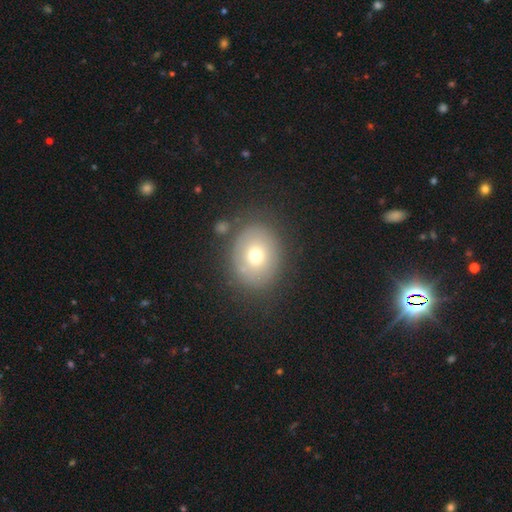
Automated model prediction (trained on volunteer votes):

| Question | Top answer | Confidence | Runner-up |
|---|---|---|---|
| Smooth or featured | smooth | 63% | featured or disk (26%) |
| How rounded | round | 54% | in between (45%) |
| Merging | none | 77% | minor disturbance (13%) |